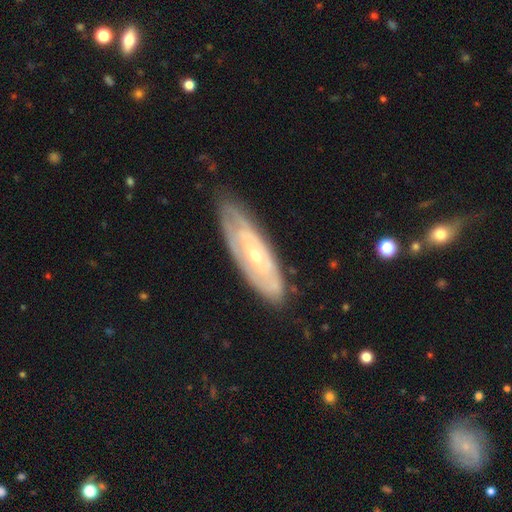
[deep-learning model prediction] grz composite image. It shows a featured or disk galaxy (75%) with no bar (70%), spiral arms (77%) and a small central bulge (66%). Merging: none (73%).